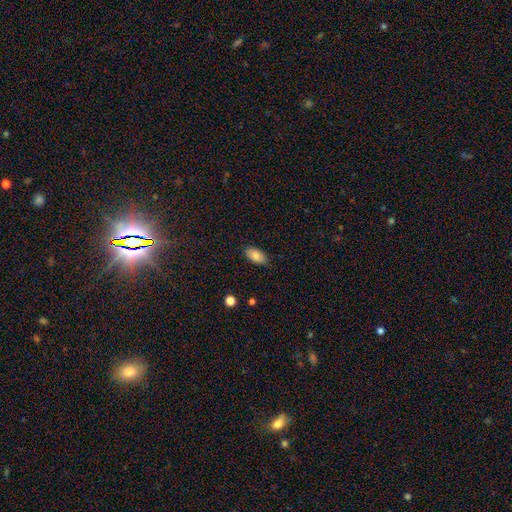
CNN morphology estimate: This is clearly a smooth galaxy (83%). How rounded: clearly in between (93%). Merging: clearly none (85%).